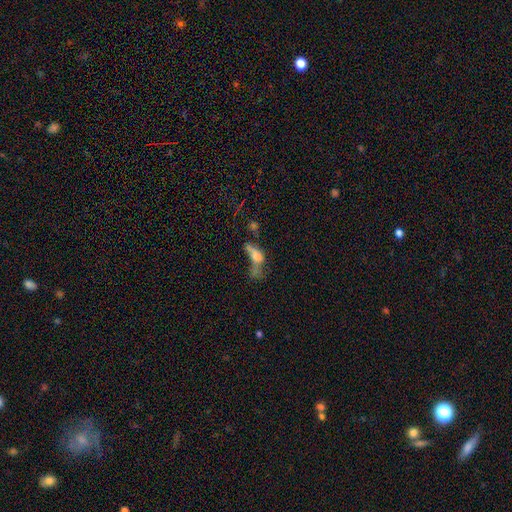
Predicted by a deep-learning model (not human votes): smooth-or-featured: smooth: 46% | featured or disk: 35% | star or artifact: 19%
  merging: major disturbance: 43% | merger: 27% | none: 18% | minor disturbance: 13%